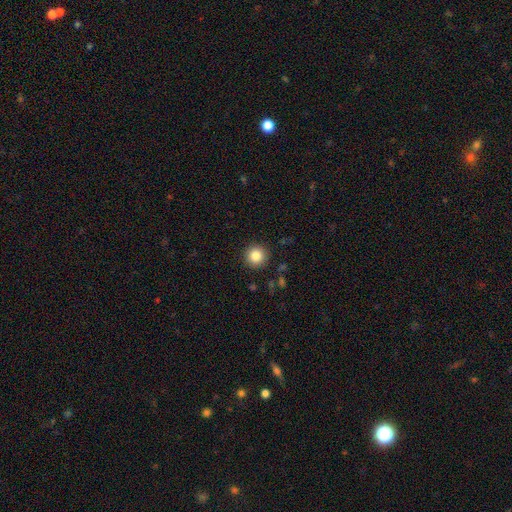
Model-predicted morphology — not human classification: This is clearly a smooth galaxy (84%). How rounded: clearly round (95%). Merging: clearly none (91%).